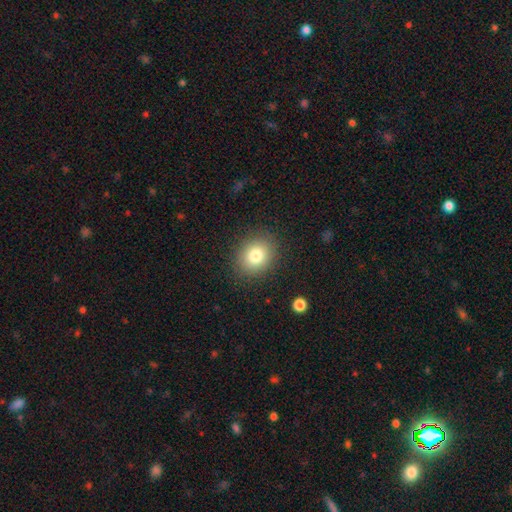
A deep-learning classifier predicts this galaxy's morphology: This appears to be a smooth galaxy with no disk features (80%) that is round (64%). Merging: none (87%).